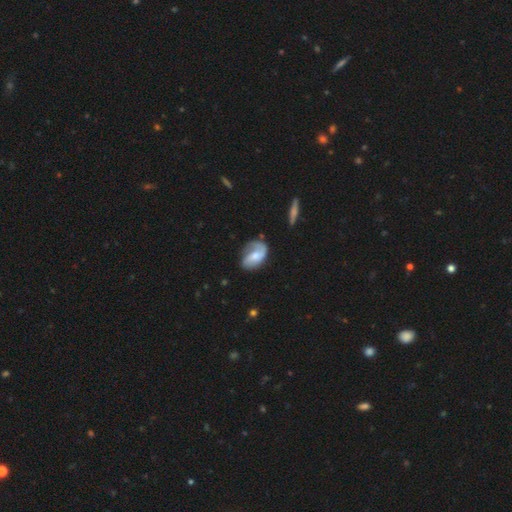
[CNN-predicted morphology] A featured or disk galaxy (61%) with no bar (52%), 2 (51%) loose (39%) spiral arms (87%) and a moderate central bulge (50%).

Vote fractions:
- Smooth or featured? featured or disk: 61% / smooth: 33% / star or artifact: 6%
- Edge-on disk? no: 96% / yes: 4%
- Bar? no: 52% / weak: 37% / strong: 11%
- Spiral arms? yes: 87% / no: 13%
- Spiral winding? loose: 39% / medium: 38% / tight: 23%
- Spiral arm count? 2: 51% / 1: 36% / can't tell: 9% / 3: 1% / 4: 1% / more than 4: 1%
- Bulge size? moderate: 50% / small: 36% / large: 7% / none: 6% / dominant: 1%
- Merging? none: 53% / minor disturbance: 27% / major disturbance: 16% / merger: 3%